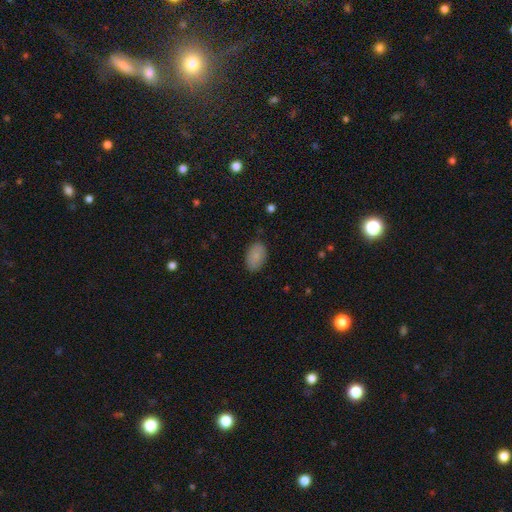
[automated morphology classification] A smooth galaxy with no disk features (84%) that is in between round and cigar-shaped (89%).

Vote fractions:
- Smooth or featured? smooth: 84% / featured or disk: 9% / star or artifact: 7%
- How rounded? in between: 89% / round: 9% / cigar-shaped: 1%
- Merging? none: 83% / minor disturbance: 13% / major disturbance: 3% / merger: 1%